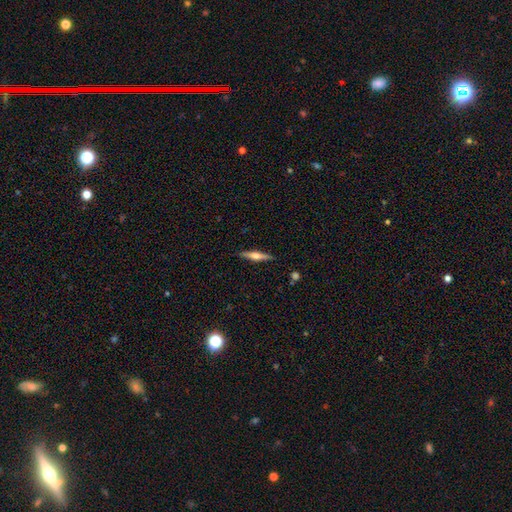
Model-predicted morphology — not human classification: This appears to be a featured or disk galaxy (61%) viewed edge-on (97%) with a rounded central bulge (89%). Merging: none (89%).